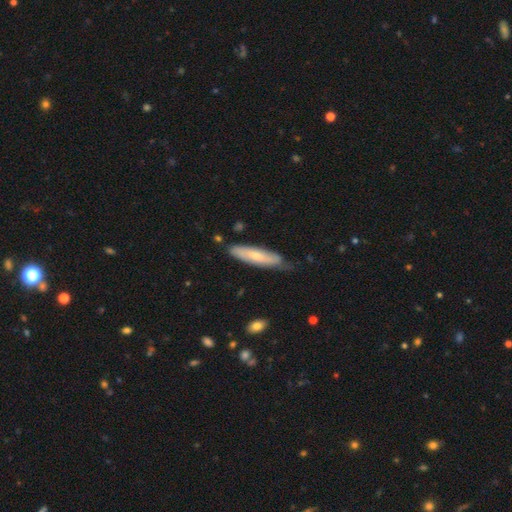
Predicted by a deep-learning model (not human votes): Smooth or featured?
  - smooth: 57% *
  - featured or disk: 37%
  - star or artifact: 6%
How rounded?
  - cigar-shaped: 70% *
  - in between: 29%
  - round: 1%
Merging?
  - none: 62% *
  - minor disturbance: 29%
  - major disturbance: 6%
  - merger: 2%